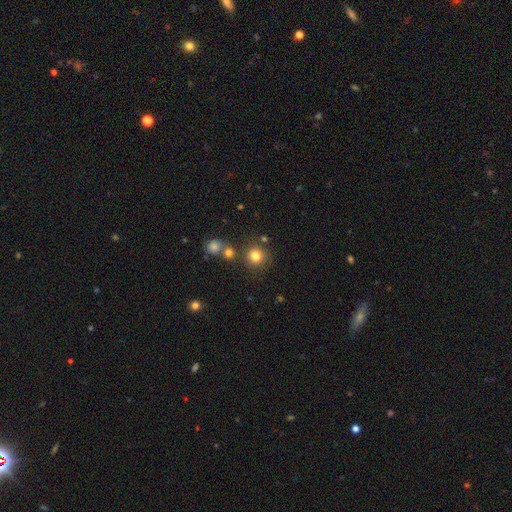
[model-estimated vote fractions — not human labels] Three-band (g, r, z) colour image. It shows a smooth galaxy with no disk features (80%) that is round (92%). Merging: none (78%).